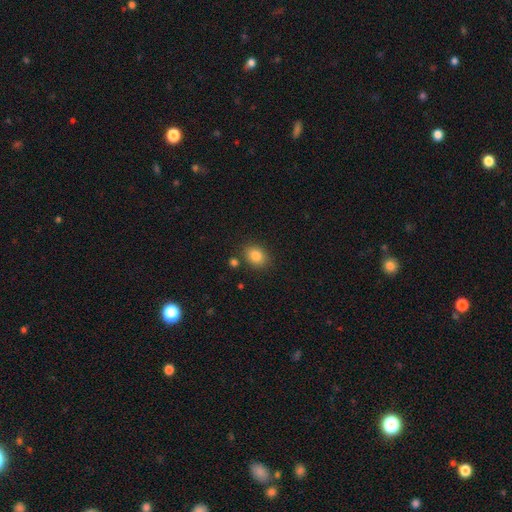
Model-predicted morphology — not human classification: Q: Smooth or featured?
A: smooth (85%); runner-up: star or artifact (9%)
Q: How rounded?
A: in between (61%); runner-up: round (38%)
Q: Merging?
A: none (82%); runner-up: minor disturbance (10%)